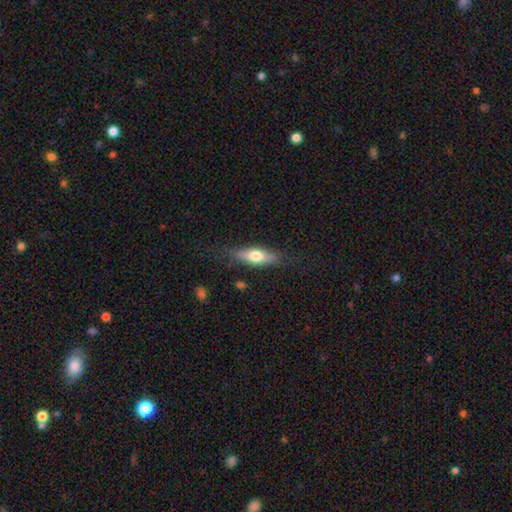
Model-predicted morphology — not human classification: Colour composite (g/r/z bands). It shows a smooth galaxy with no disk features (62%) that is in between round and cigar-shaped (54%). Merging: none (78%).